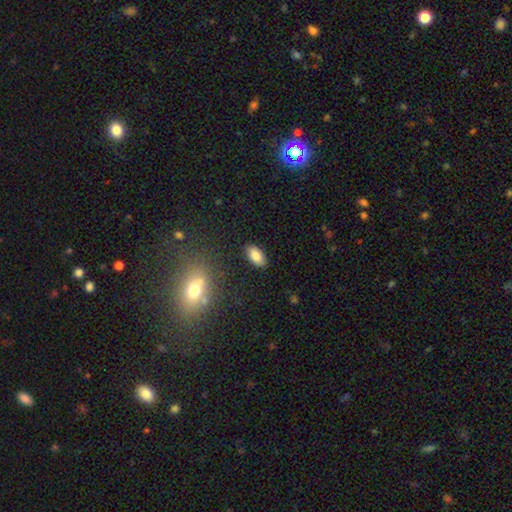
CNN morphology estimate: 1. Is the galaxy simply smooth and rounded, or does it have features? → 85% smooth, 8% star or artifact, 7% featured or disk.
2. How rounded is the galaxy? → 93% in between, 4% cigar-shaped, 3% round.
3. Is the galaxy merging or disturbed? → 87% none, 9% minor disturbance, 2% major disturbance, 1% merger.